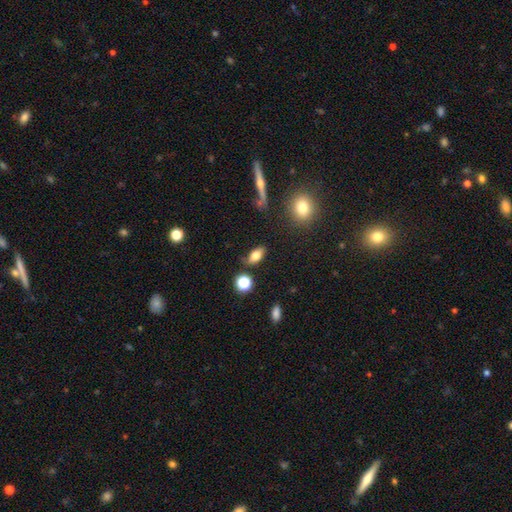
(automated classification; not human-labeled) smooth 72%, featured or disk 17%, star or artifact 11%. Down the decision tree: how rounded — in between (83%); merging — none (72%).